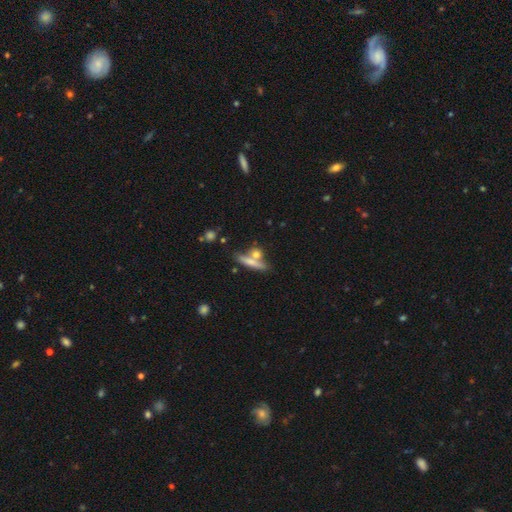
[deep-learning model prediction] Q: Smooth or featured?
A: featured or disk (44%); tied with: smooth (44%)
Q: Merging?
A: none (59%); runner-up: merger (25%)